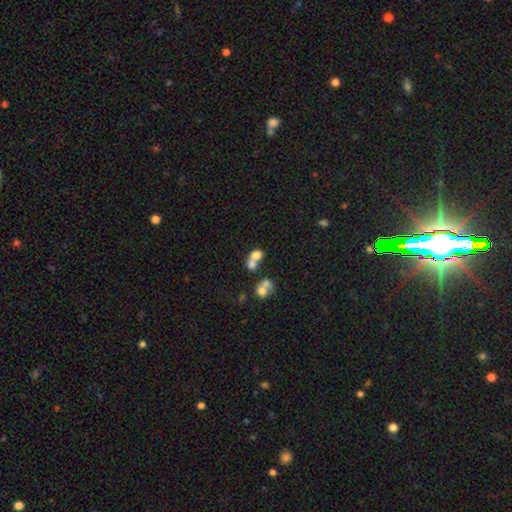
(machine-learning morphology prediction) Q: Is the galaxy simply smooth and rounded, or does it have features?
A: smooth — 68%.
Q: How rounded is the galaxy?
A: round — 56%.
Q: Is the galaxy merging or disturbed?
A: merger — 62%.